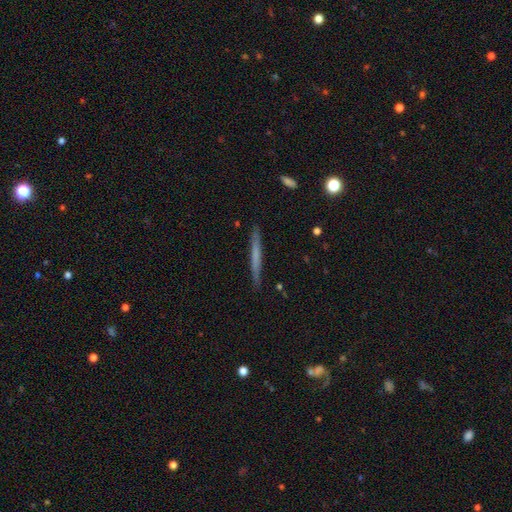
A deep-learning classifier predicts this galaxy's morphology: Smooth or featured? Predicted: smooth (p=0.53). How rounded? Predicted: cigar-shaped (p=0.97). Merging? Predicted: none (p=0.90).